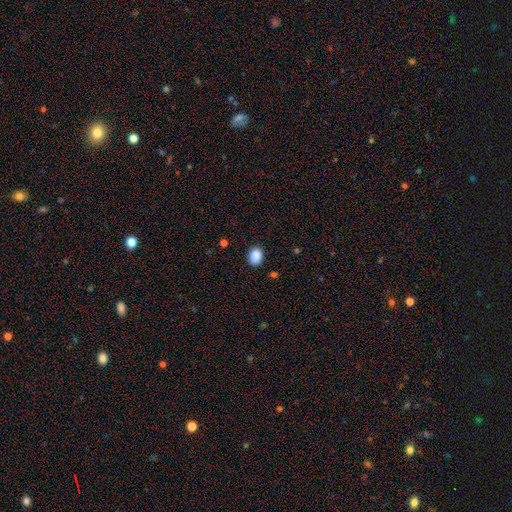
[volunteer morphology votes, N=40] This is clearly a smooth galaxy (85%). How rounded: likely in between (76%). Merging: likely none (78%).